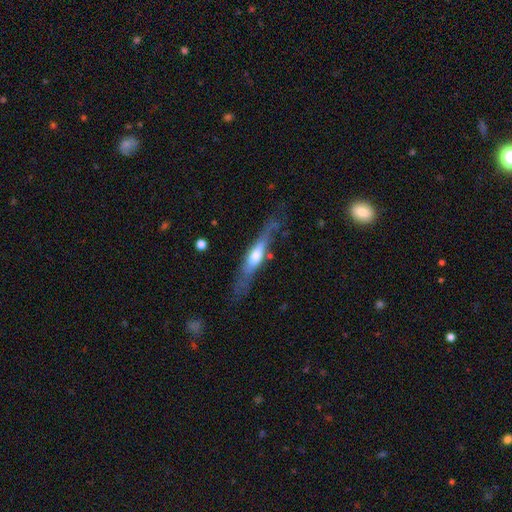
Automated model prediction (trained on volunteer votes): smooth_or_featured: featured or disk (p=0.58) [alt: smooth p=0.36]
disk_edge_on: yes (p=0.77) [alt: no p=0.23]
merging: none (p=0.64) [alt: minor disturbance p=0.22]